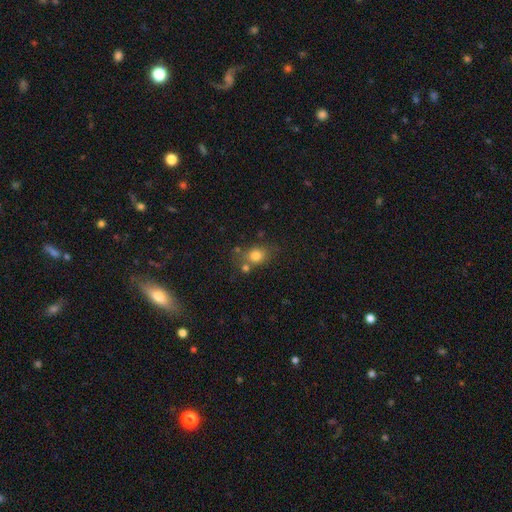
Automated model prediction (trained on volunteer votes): smooth-or-featured: smooth: 79% | star or artifact: 12% | featured or disk: 9%
  how-rounded: round: 58% | in between: 41% | cigar-shaped: 1%
  merging: none: 62% | merger: 18% | minor disturbance: 15% | major disturbance: 6%